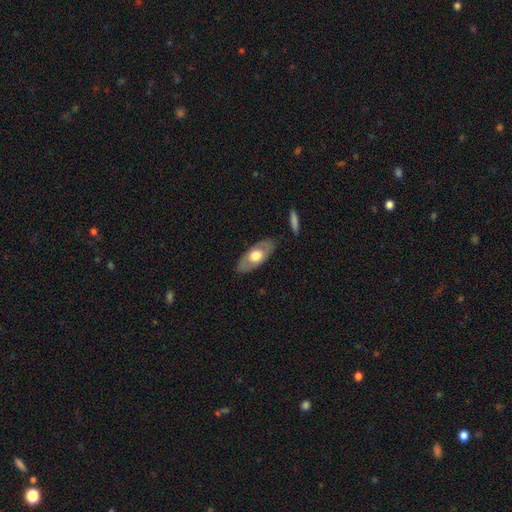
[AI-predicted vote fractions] Smooth or featured? smooth (50%)
Merging? none (83%)